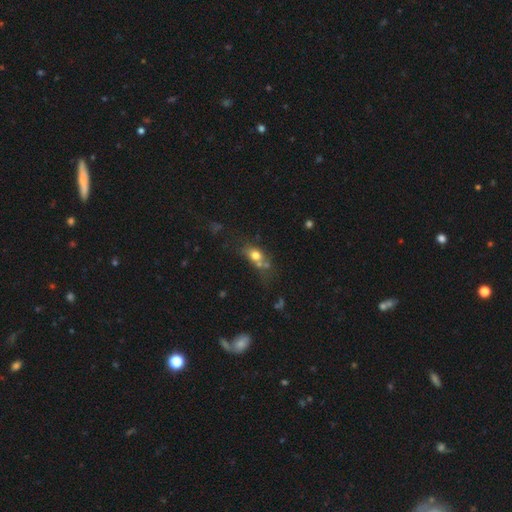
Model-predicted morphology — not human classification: This is likely a smooth galaxy (69%). How rounded: possibly in between (54%). Merging: marginally none (40%).